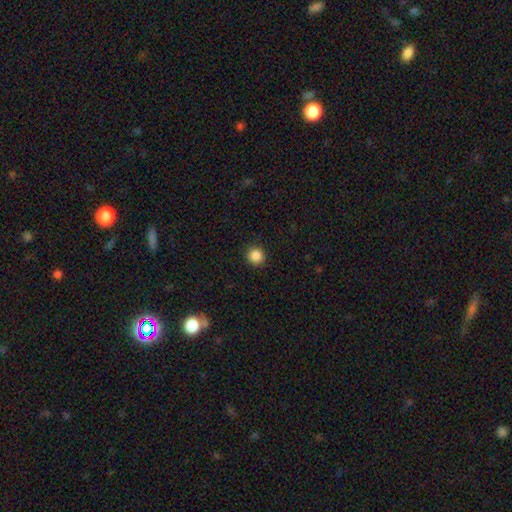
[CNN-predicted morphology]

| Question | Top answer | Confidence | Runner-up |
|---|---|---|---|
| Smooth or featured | smooth | 87% | star or artifact (10%) |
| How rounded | round | 93% | in between (6%) |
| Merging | none | 91% | minor disturbance (6%) |